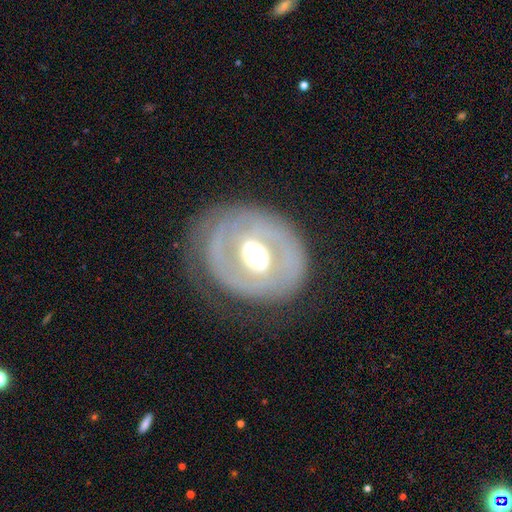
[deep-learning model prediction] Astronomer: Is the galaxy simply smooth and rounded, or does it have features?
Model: featured or disk — 66%.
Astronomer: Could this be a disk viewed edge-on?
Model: no — 93%.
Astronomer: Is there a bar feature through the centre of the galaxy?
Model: no — 51% (runner-up: weak, 26%).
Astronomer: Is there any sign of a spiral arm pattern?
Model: no — 69%.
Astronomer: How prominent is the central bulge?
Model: moderate — 53% (runner-up: large, 32%).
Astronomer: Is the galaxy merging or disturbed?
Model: none — 73%.